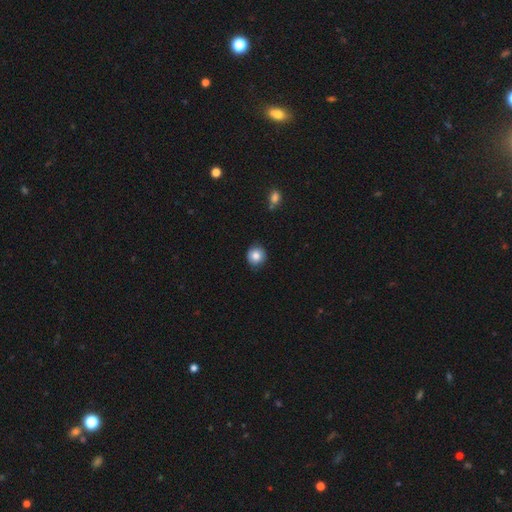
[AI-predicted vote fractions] Smooth or featured? smooth (82%)
How rounded? round (90%)
Merging? none (86%)